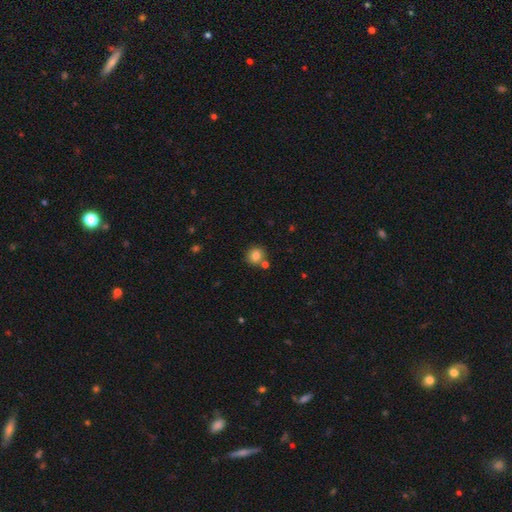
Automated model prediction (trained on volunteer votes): smooth-or-featured: smooth: 82% | star or artifact: 11% | featured or disk: 7%
  how-rounded: round: 82% | in between: 17% | cigar-shaped: 1%
  merging: none: 73% | merger: 14% | minor disturbance: 10% | major disturbance: 3%